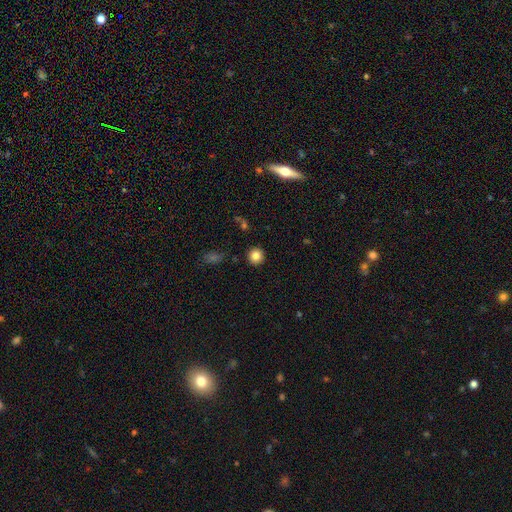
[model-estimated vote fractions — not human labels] Morphology: type=smooth (84%); roundness=round (94%); merging=none (91%).